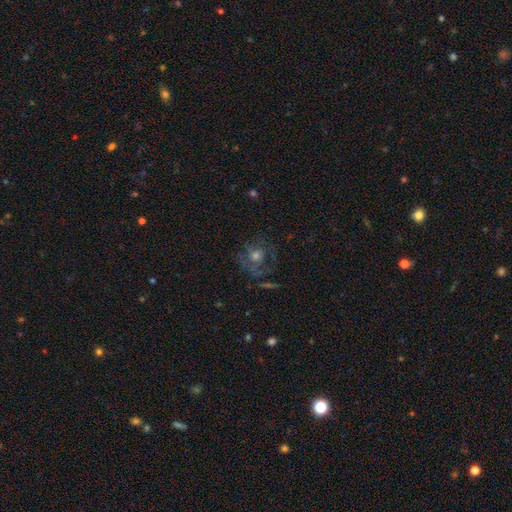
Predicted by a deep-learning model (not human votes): Overall: featured or disk (53%; smooth 30%). Edge-on disk: no (96%). Bar: no (84%). Spiral arms: yes (58%; no 42%). Bulge size: moderate (61%; small 23%). Merging: none (61%).